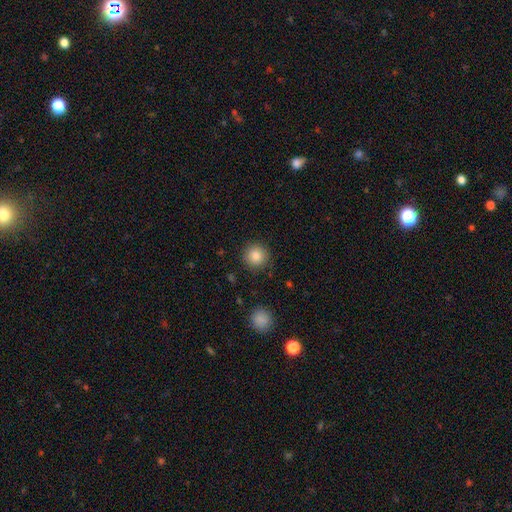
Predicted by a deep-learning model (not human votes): Q: Smooth or featured?
A: smooth (85%); runner-up: star or artifact (10%)
Q: How rounded?
A: round (94%); runner-up: in between (5%)
Q: Merging?
A: none (90%); runner-up: minor disturbance (6%)